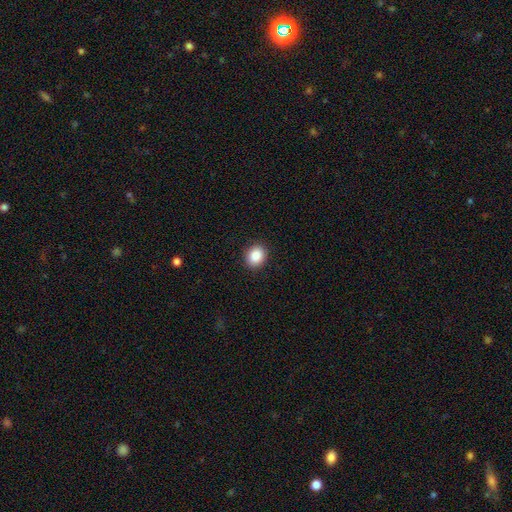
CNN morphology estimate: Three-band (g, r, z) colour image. It shows a smooth galaxy with no disk features (88%) that is round (59%). Merging: none (91%).